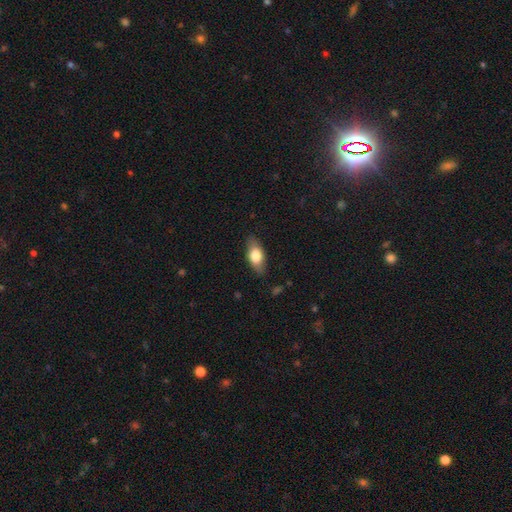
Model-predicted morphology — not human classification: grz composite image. It shows a smooth galaxy with no disk features (73%) that is in between round and cigar-shaped (85%). Merging: none (82%).